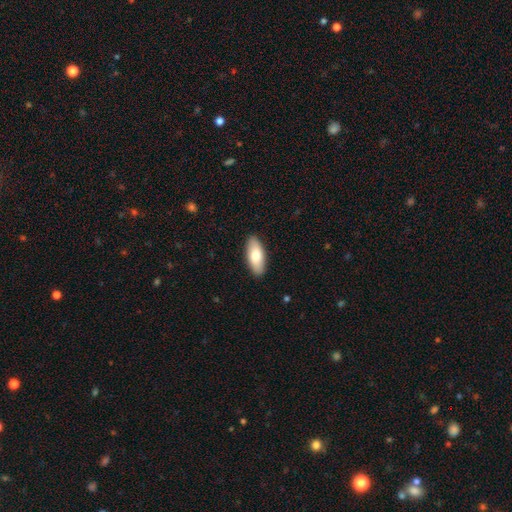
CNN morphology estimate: smooth-or-featured: smooth: 78% | featured or disk: 17% | star or artifact: 5%
  how-rounded: in between: 83% | cigar-shaped: 15% | round: 2%
  merging: none: 90% | minor disturbance: 8% | major disturbance: 2% | merger: 1%